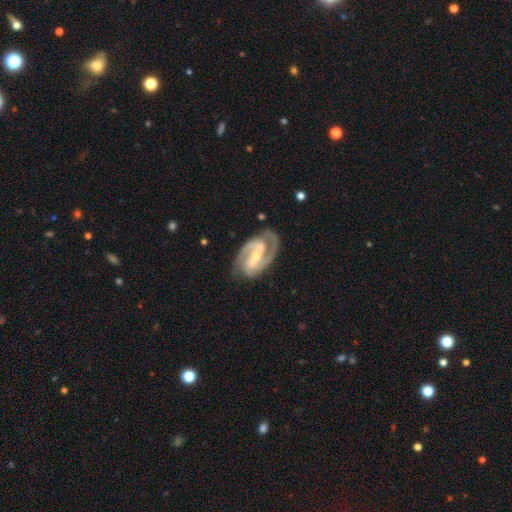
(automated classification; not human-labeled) smooth-or-featured: featured or disk: 92% | smooth: 5% | star or artifact: 4%
  disk-edge-on: no: 97% | yes: 3%
    bar: strong: 62% | weak: 28% | no: 10%
    has-spiral-arms: yes: 98% | no: 2%
      spiral-winding: medium: 51% | tight: 39% | loose: 10%
      spiral-arm-count: 2: 92% | can't tell: 2% | 1: 2% | 3: 2% | 4: 1% | more than 4: 1%
    bulge-size: small: 57% | moderate: 37% | none: 3% | large: 2% | dominant: 1%
  merging: none: 79% | minor disturbance: 14% | major disturbance: 5% | merger: 2%